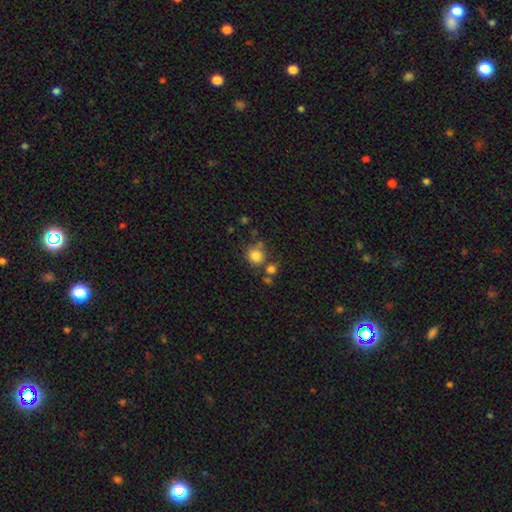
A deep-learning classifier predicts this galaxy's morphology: smooth-or-featured: smooth: 81% | star or artifact: 11% | featured or disk: 7%
  how-rounded: round: 83% | in between: 16% | cigar-shaped: 1%
  merging: none: 61% | merger: 18% | minor disturbance: 15% | major disturbance: 6%